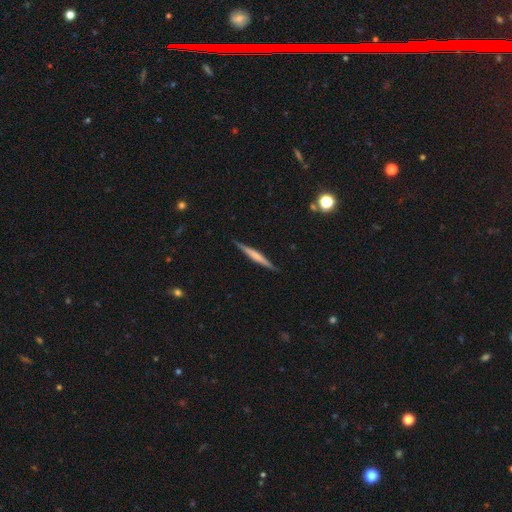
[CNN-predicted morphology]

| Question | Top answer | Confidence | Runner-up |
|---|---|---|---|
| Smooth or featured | featured or disk | 54% | smooth (41%) |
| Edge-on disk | yes | 97% | no (3%) |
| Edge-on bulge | none | 46% | rounded (31%) |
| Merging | none | 89% | minor disturbance (8%) |